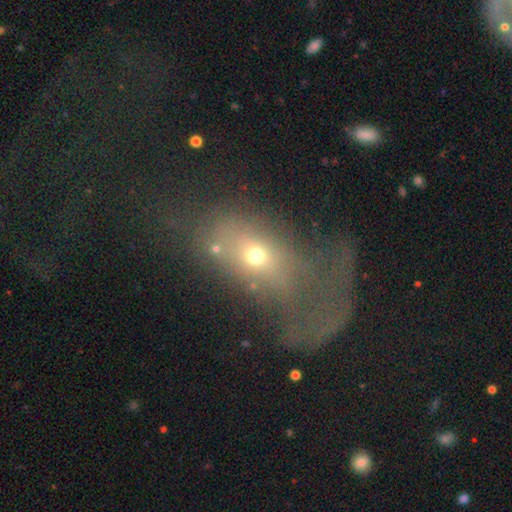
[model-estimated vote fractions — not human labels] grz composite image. It shows a smooth galaxy with no disk features (52%) that is in between round and cigar-shaped (66%). Merging: major disturbance (40%).